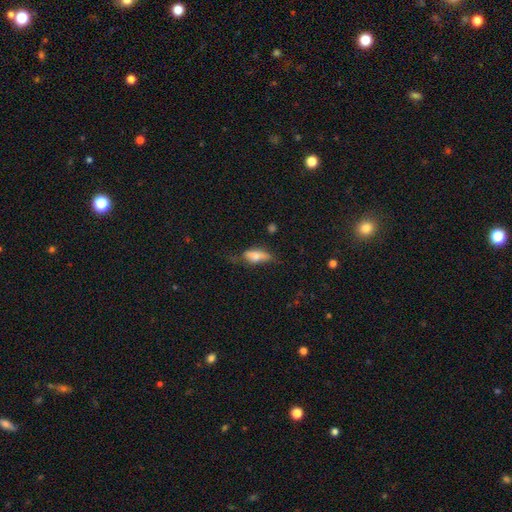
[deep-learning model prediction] Morphology: type=smooth (65%); roundness=in between (74%); merging=none (45%).